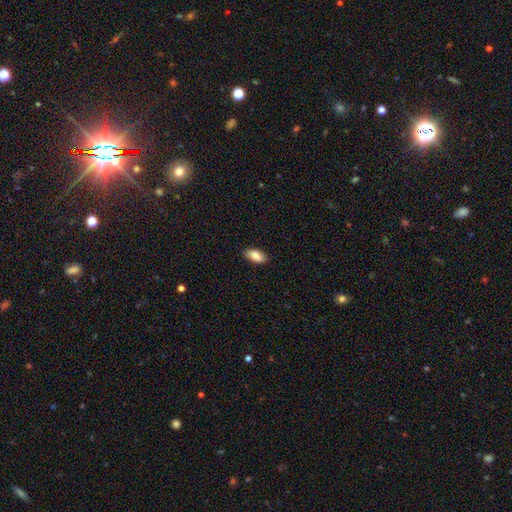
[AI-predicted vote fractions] Overall: smooth (85%). How rounded: in between (91%). Merging: none (87%).